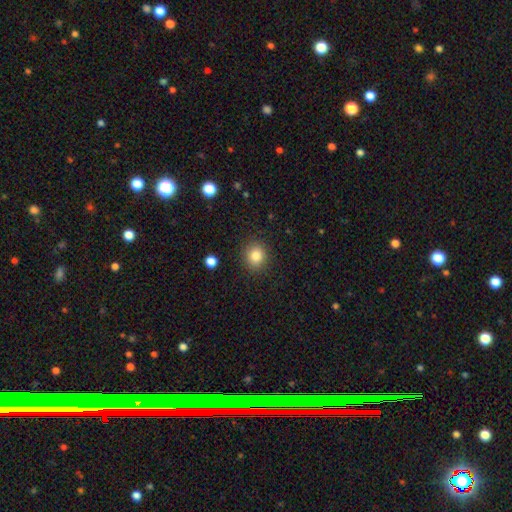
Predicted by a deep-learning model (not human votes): Smooth or featured? Predicted: smooth (p=0.83). How rounded? Predicted: round (p=0.84). Merging? Predicted: none (p=0.90).